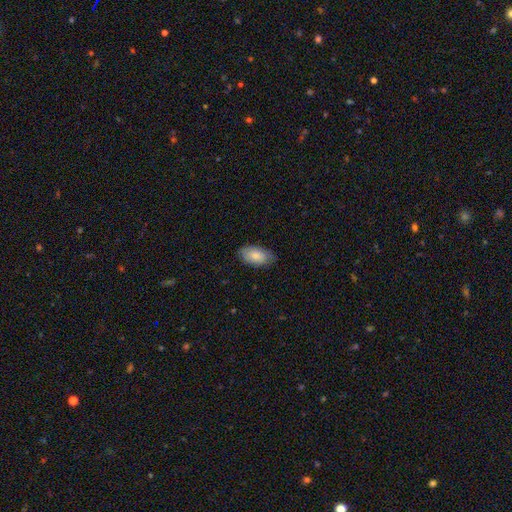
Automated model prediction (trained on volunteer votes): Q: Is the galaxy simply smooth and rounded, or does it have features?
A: smooth — 81%.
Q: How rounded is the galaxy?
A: in between — 94%.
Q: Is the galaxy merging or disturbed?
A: none — 76%.